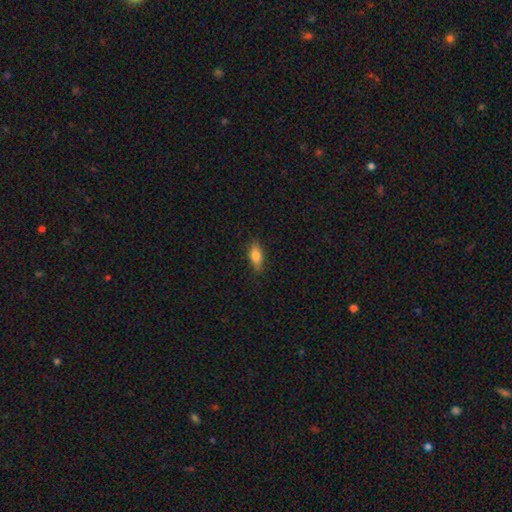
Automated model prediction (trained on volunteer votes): smooth-or-featured: smooth: 77% | featured or disk: 16% | star or artifact: 7%
  how-rounded: in between: 74% | cigar-shaped: 23% | round: 3%
  merging: none: 83% | minor disturbance: 13% | major disturbance: 3% | merger: 1%